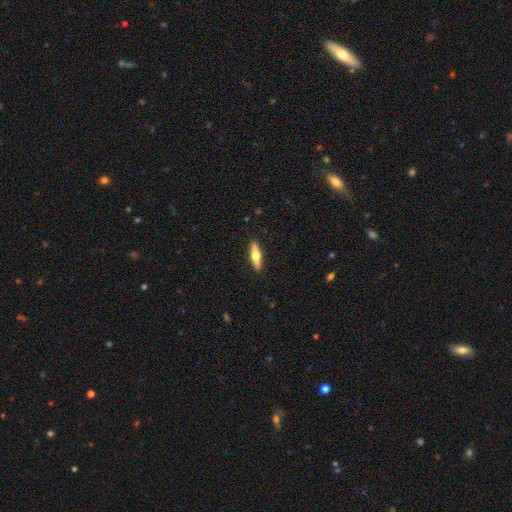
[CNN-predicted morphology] This appears to be a featured or disk galaxy (55%) viewed edge-on (95%) with a rounded central bulge (95%). Merging: none (91%).